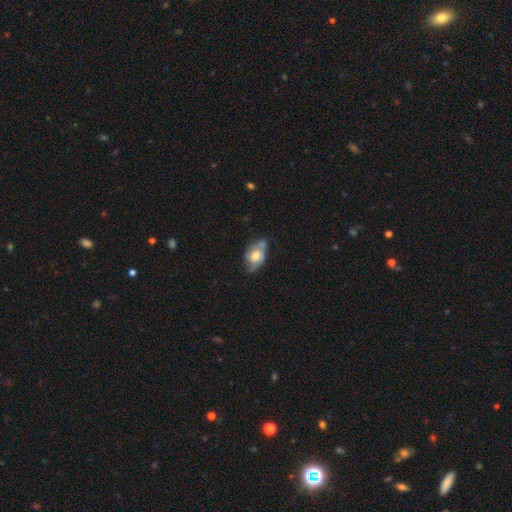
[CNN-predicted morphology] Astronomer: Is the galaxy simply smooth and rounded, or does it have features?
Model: smooth — 48% (runner-up: featured or disk, 45%).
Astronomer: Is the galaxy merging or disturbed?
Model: none — 45% (runner-up: minor disturbance, 34%).